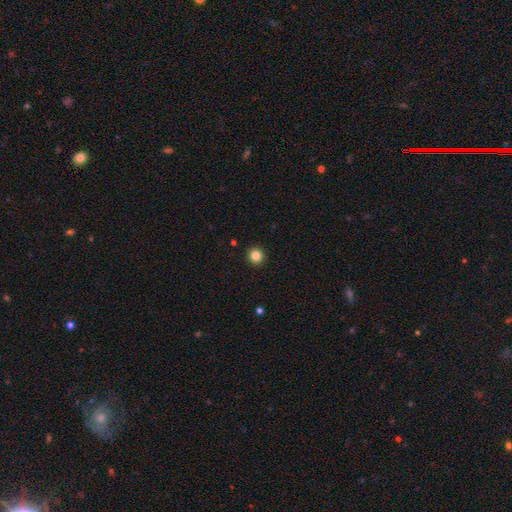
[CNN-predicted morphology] Smooth or featured? Predicted: smooth (p=0.84). How rounded? Predicted: round (p=0.94). Merging? Predicted: none (p=0.94).